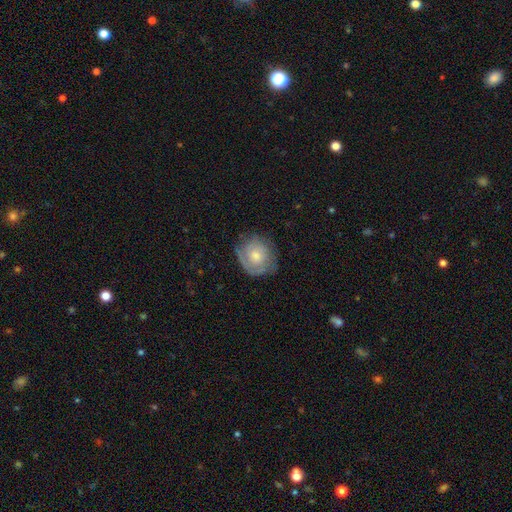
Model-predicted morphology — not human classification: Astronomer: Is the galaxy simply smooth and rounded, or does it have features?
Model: featured or disk — 49% (runner-up: smooth, 44%).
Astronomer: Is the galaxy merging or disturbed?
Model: none — 69%.